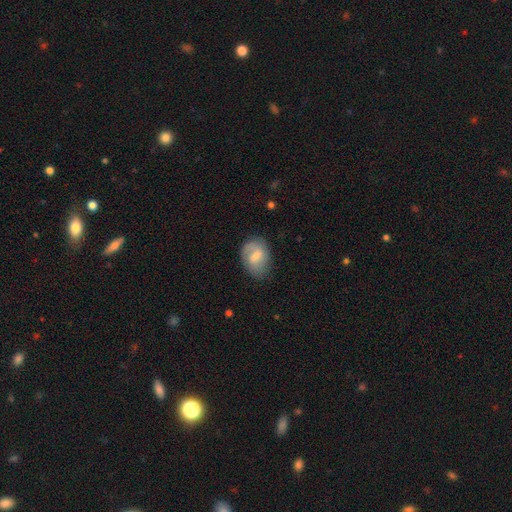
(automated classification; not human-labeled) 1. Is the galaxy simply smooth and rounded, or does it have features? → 62% smooth, 31% featured or disk, 7% star or artifact.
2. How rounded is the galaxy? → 77% in between, 22% round, 1% cigar-shaped.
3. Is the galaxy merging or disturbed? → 63% none, 26% minor disturbance, 9% major disturbance, 2% merger.